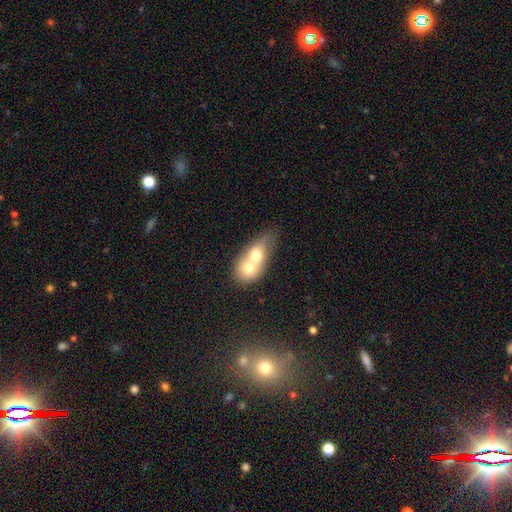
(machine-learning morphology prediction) smooth 62%, featured or disk 31%, star or artifact 7%. Down the decision tree: how rounded — in between (60%); merging — merger (78%).